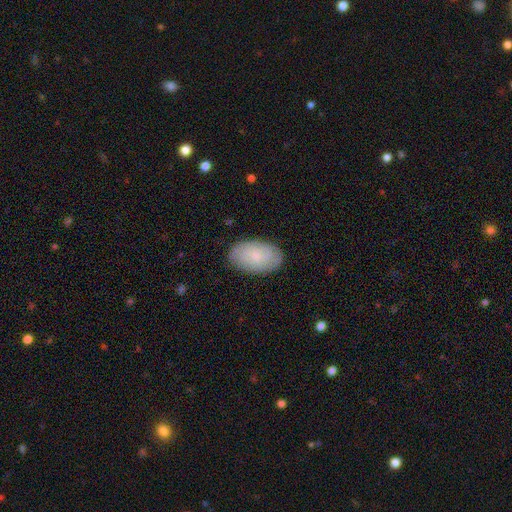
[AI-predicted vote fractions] This is possibly a smooth galaxy (51%). How rounded: clearly in between (93%). Merging: clearly none (84%).